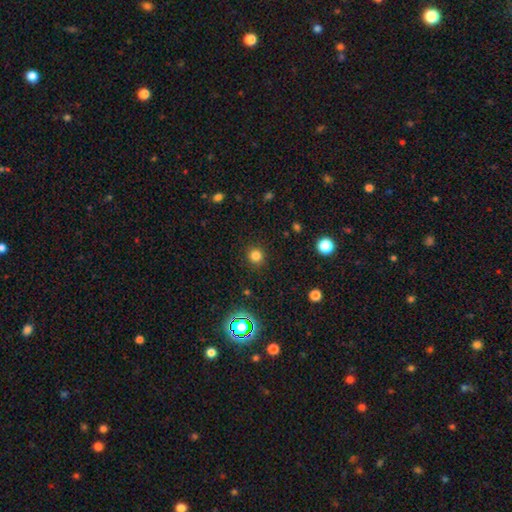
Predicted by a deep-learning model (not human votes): Smooth or featured?
  - smooth: 79% *
  - star or artifact: 16%
  - featured or disk: 4%
How rounded?
  - round: 92% *
  - in between: 7%
  - cigar-shaped: 1%
Merging?
  - none: 90% *
  - minor disturbance: 7%
  - major disturbance: 3%
  - merger: 1%